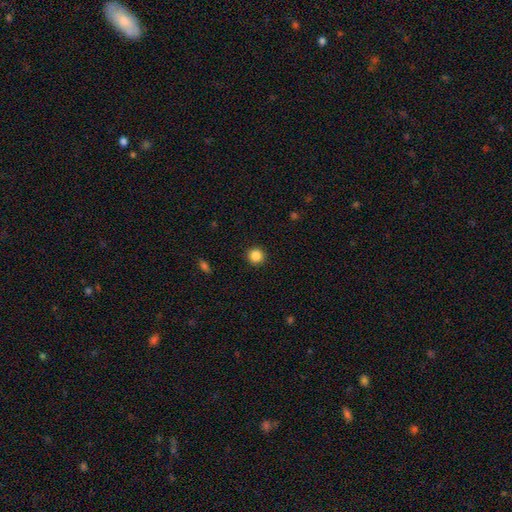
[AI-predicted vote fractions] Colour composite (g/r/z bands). It shows a smooth galaxy with no disk features (86%) that is round (95%). Merging: none (92%).